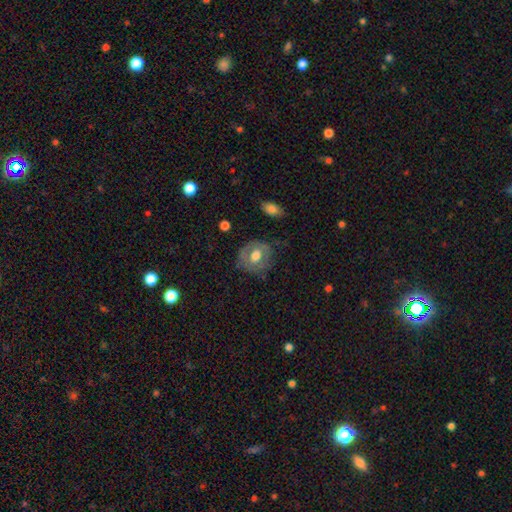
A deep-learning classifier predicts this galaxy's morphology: A smooth galaxy with no disk features (52%) that is round (72%).

Vote fractions:
- Smooth or featured? smooth: 52% / featured or disk: 40% / star or artifact: 7%
- How rounded? round: 72% / in between: 27% / cigar-shaped: 1%
- Merging? none: 69% / minor disturbance: 21% / major disturbance: 9% / merger: 2%